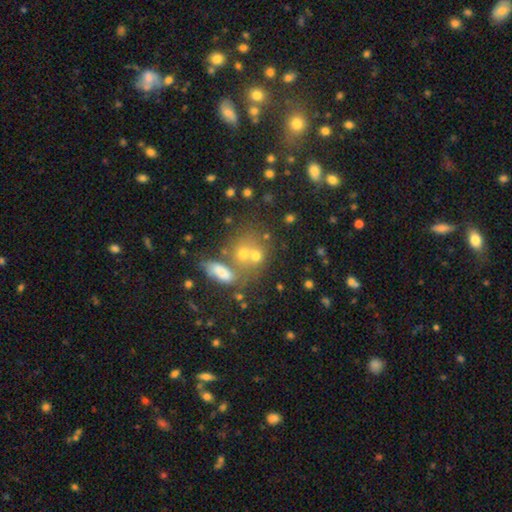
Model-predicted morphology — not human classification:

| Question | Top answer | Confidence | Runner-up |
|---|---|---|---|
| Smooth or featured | smooth | 61% | featured or disk (21%) |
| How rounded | round | 62% | in between (35%) |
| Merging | merger | 47% | none (37%) |